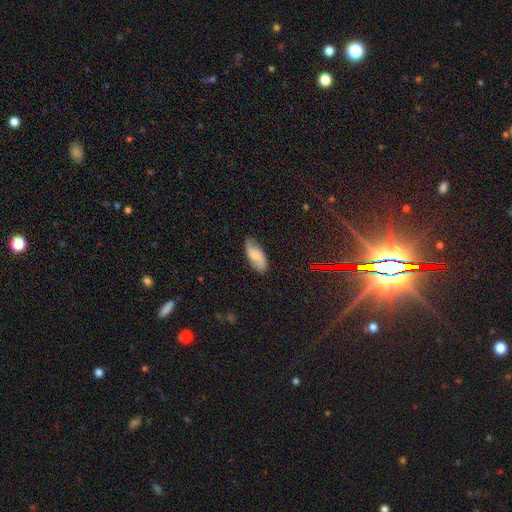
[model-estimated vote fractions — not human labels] Smooth or featured? Predicted: smooth (p=0.53). How rounded? Predicted: in between (p=0.84). Merging? Predicted: none (p=0.72).